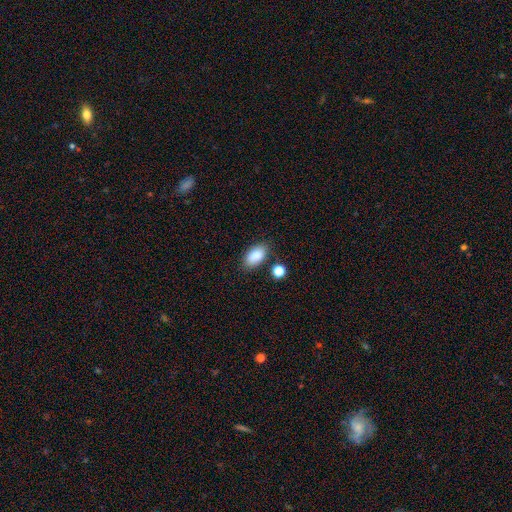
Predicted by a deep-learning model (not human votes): smooth-or-featured: smooth: 88% | star or artifact: 8% | featured or disk: 4%
  how-rounded: in between: 92% | round: 5% | cigar-shaped: 3%
  merging: none: 77% | minor disturbance: 14% | merger: 6% | major disturbance: 4%